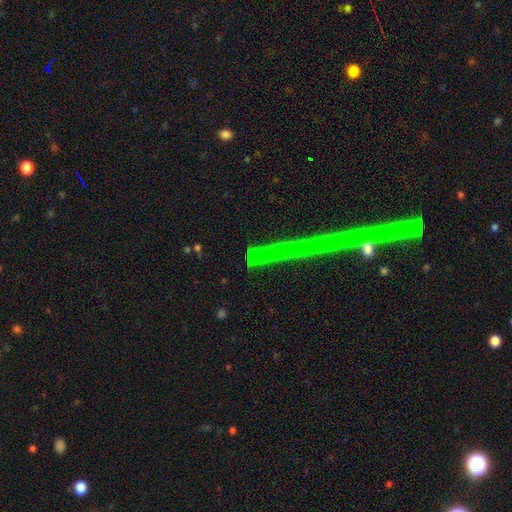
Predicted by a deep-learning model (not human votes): This is likely a star or artifact rather than a galaxy (65%).